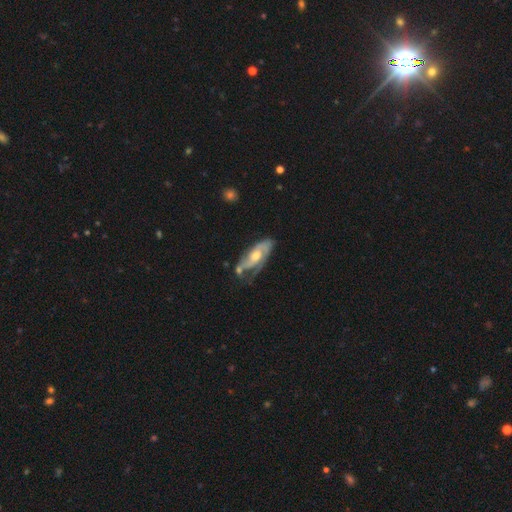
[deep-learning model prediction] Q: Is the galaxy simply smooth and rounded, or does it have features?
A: featured or disk — 77%.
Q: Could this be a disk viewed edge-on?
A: no — 87%.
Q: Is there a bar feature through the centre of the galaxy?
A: no — 61%.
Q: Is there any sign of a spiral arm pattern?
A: yes — 89%.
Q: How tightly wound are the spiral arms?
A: medium — 44%.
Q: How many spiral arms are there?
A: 2 — 62%.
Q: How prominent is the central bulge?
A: moderate — 68%.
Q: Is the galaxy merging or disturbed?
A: none — 50%.